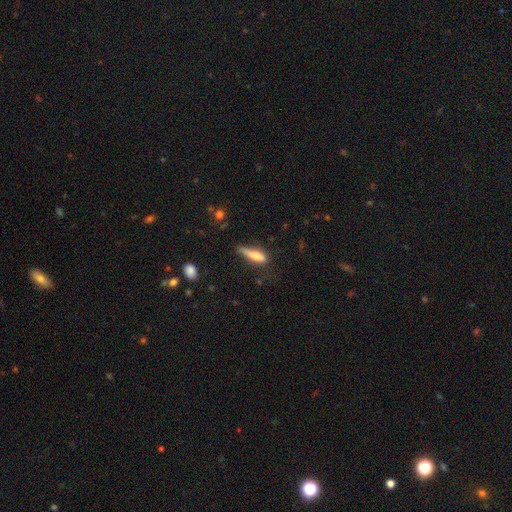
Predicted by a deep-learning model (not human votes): A smooth galaxy with no disk features (70%) that is cigar-shaped (61%). Merging: none (43%).